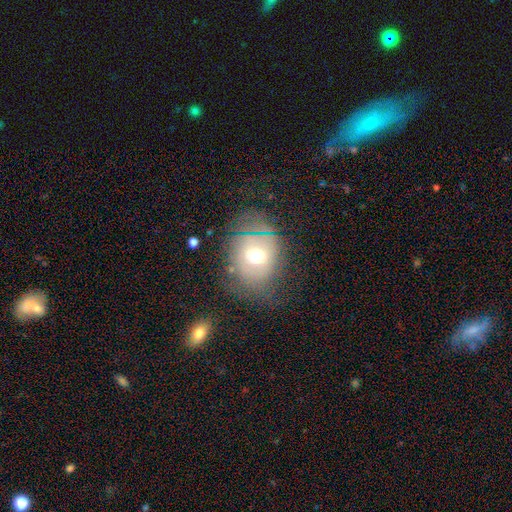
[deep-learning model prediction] Smooth or featured?
  - smooth: 53% *
  - featured or disk: 32%
  - star or artifact: 15%
How rounded?
  - round: 61% *
  - in between: 38%
  - cigar-shaped: 1%
Merging?
  - none: 59% *
  - minor disturbance: 22%
  - major disturbance: 17%
  - merger: 3%